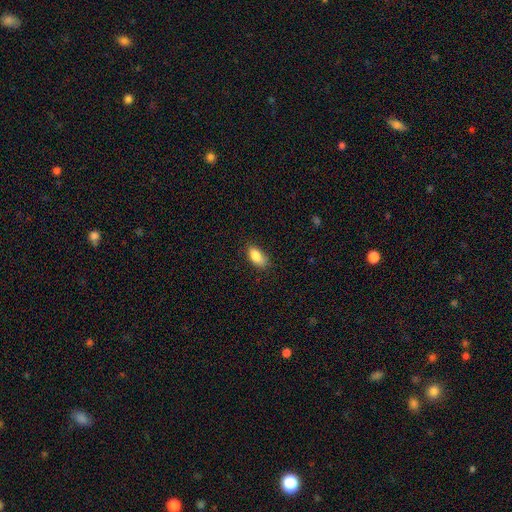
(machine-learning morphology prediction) A smooth galaxy with no disk features (85%) that is in between round and cigar-shaped (90%).

Vote fractions:
- Smooth or featured? smooth: 85% / star or artifact: 7% / featured or disk: 7%
- How rounded? in between: 90% / cigar-shaped: 7% / round: 4%
- Merging? none: 75% / minor disturbance: 20% / major disturbance: 4% / merger: 1%